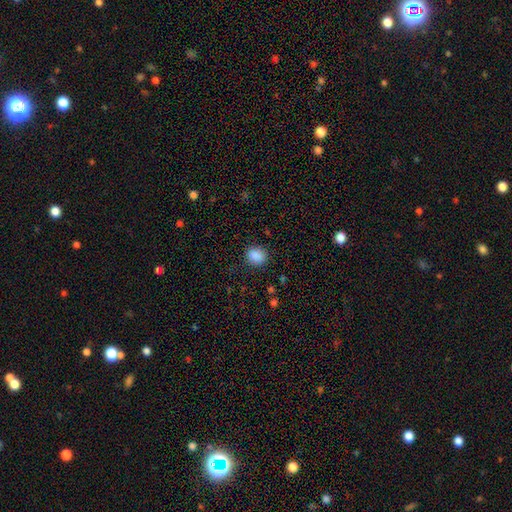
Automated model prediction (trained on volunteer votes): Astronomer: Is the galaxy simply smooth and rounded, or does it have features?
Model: smooth — 88%.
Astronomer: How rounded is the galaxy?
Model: round — 66%.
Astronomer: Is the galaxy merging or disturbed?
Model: none — 86%.